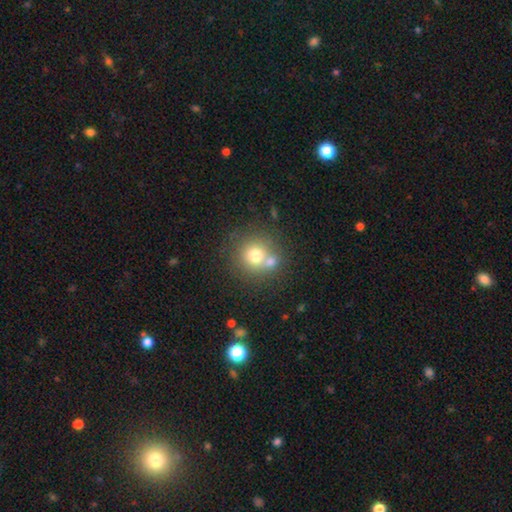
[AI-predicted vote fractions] smooth-or-featured: smooth: 72% | featured or disk: 15% | star or artifact: 13%
  how-rounded: round: 90% | in between: 9% | cigar-shaped: 1%
  merging: none: 57% | merger: 30% | minor disturbance: 9% | major disturbance: 4%